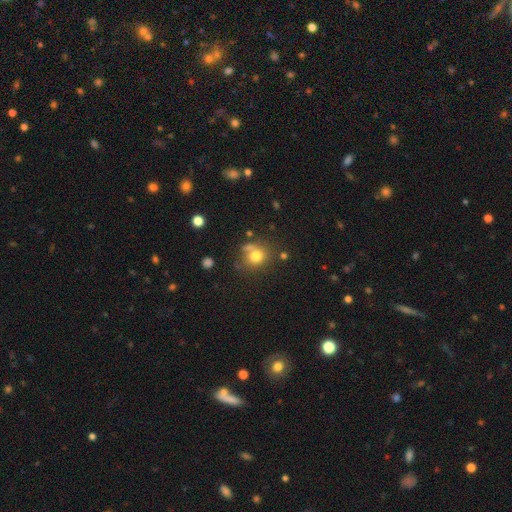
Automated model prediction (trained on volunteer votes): Overall: smooth (76%). How rounded: round (78%). Merging: none (61%).